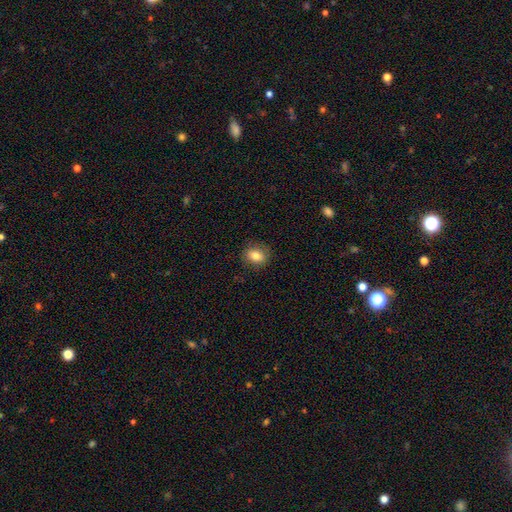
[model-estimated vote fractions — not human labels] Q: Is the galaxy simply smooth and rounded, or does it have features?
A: smooth — 82%.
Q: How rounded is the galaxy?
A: in between — 56%.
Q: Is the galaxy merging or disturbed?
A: none — 85%.